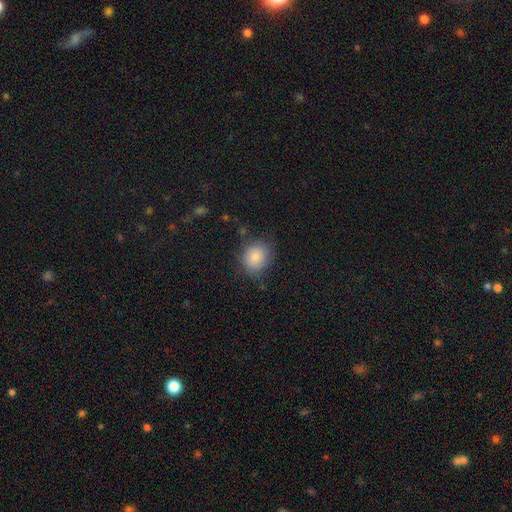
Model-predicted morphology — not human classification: This appears to be a smooth galaxy with no disk features (85%) that is round (63%). Merging: none (75%).